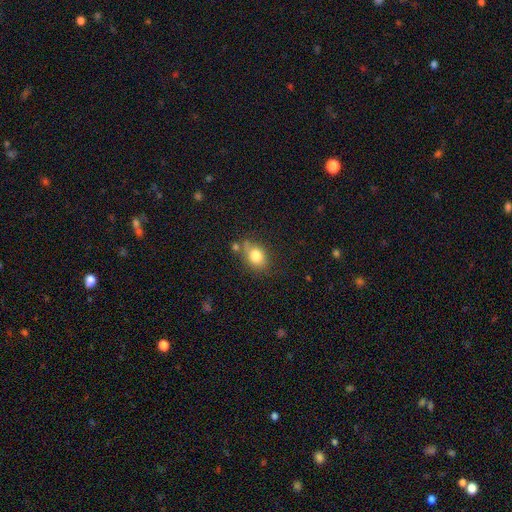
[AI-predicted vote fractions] Q: Smooth or featured?
A: smooth (80%); runner-up: featured or disk (10%)
Q: How rounded?
A: in between (63%); runner-up: round (36%)
Q: Merging?
A: none (61%); runner-up: minor disturbance (21%)